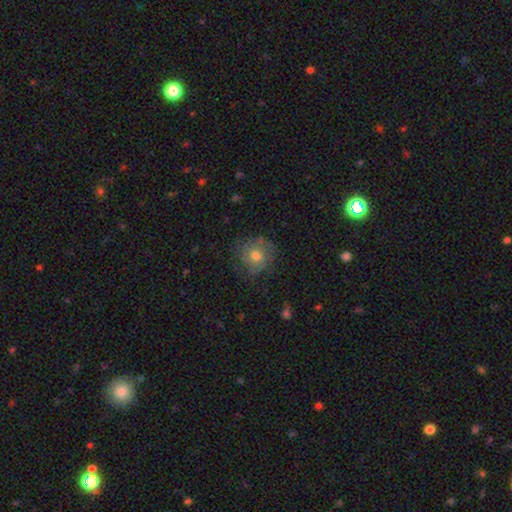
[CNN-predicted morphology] Smooth or featured? Predicted: smooth (p=0.60). How rounded? Predicted: round (p=0.89). Merging? Predicted: none (p=0.73).